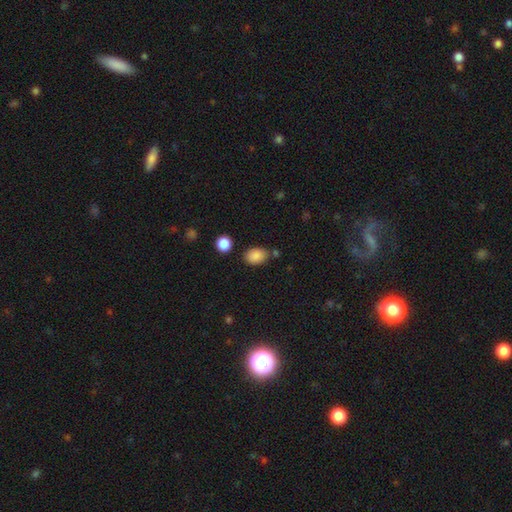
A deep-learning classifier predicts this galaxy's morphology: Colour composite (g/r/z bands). It shows a smooth galaxy with no disk features (87%) that is in between round and cigar-shaped (79%). Merging: none (75%).